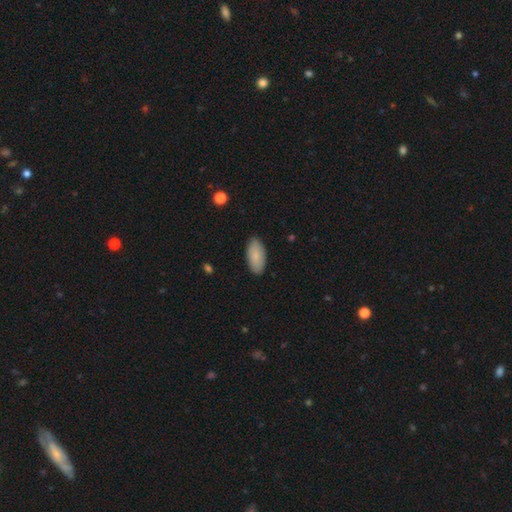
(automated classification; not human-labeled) This is clearly a smooth galaxy (82%). How rounded: clearly in between (92%). Merging: clearly none (87%).